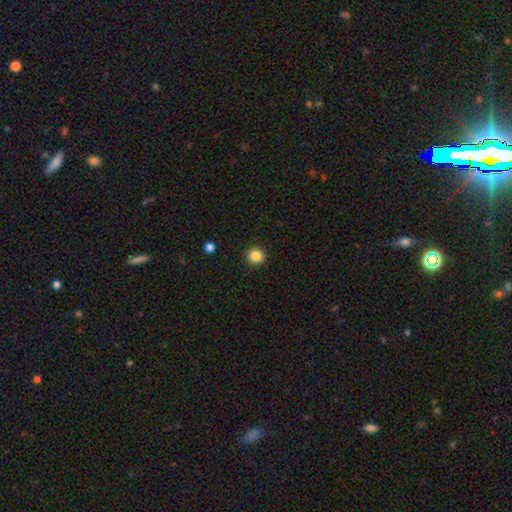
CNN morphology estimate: Q: Smooth or featured?
A: smooth (86%); runner-up: star or artifact (11%)
Q: How rounded?
A: round (93%); runner-up: in between (6%)
Q: Merging?
A: none (93%); runner-up: minor disturbance (5%)